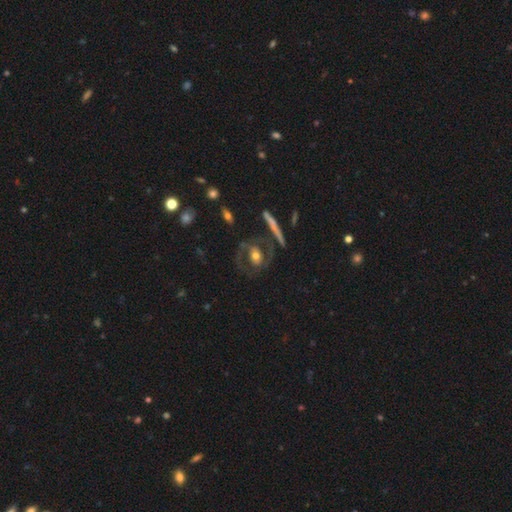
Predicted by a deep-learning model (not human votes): This appears to be a featured or disk galaxy (68%) with no bar (62%), spiral arms (62%) and a moderate central bulge (68%). Merging: none (64%).